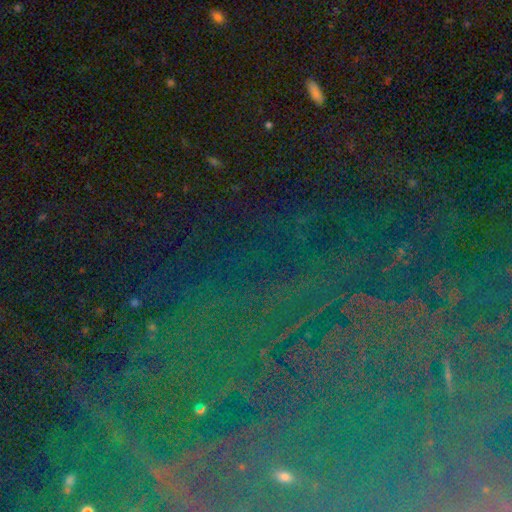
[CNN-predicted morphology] type=star or artifact (80%).